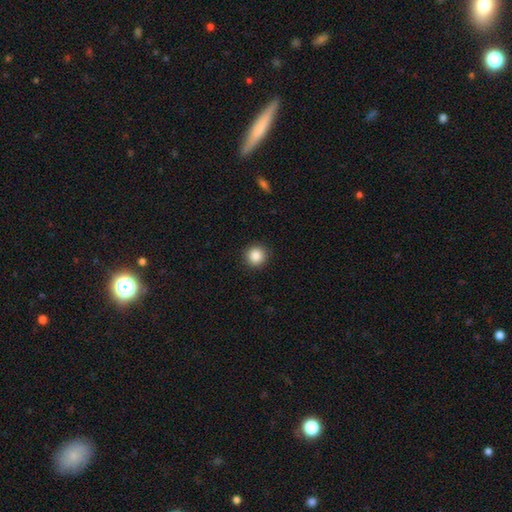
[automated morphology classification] Smooth or featured?
  - smooth: 87% *
  - star or artifact: 9%
  - featured or disk: 4%
How rounded?
  - round: 94% *
  - in between: 5%
  - cigar-shaped: 1%
Merging?
  - none: 92% *
  - minor disturbance: 5%
  - major disturbance: 2%
  - merger: 1%